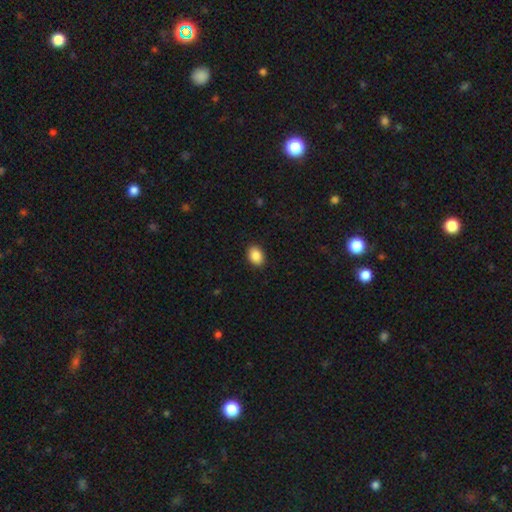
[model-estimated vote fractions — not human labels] smooth 89%, star or artifact 8%, featured or disk 3%. Down the decision tree: how rounded — in between (75%); merging — none (90%).